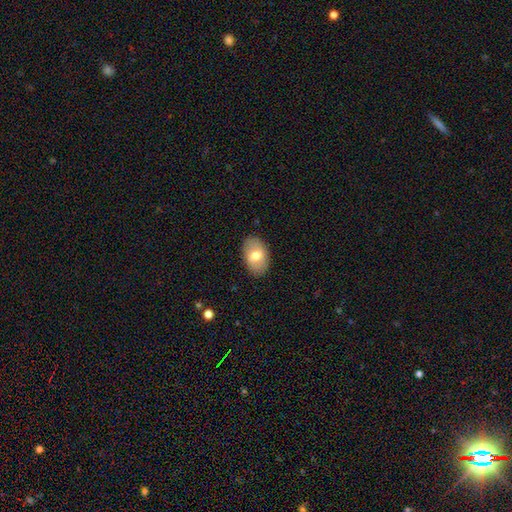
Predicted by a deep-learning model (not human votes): A smooth galaxy with no disk features (69%) that is in between round and cigar-shaped (89%). Merging: none (87%).